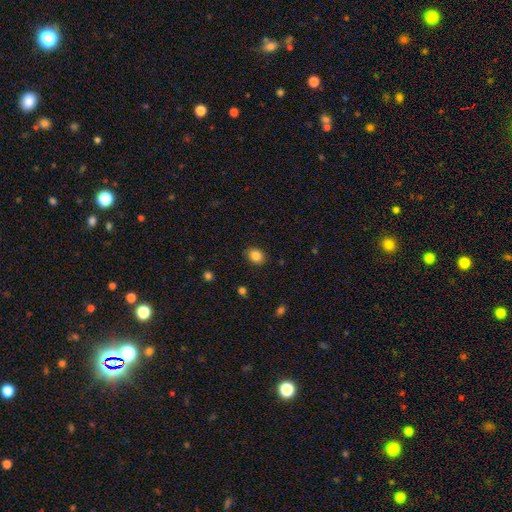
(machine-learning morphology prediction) Smooth or featured? Predicted: smooth (p=0.85). How rounded? Predicted: in between (p=0.51). Merging? Predicted: none (p=0.87).